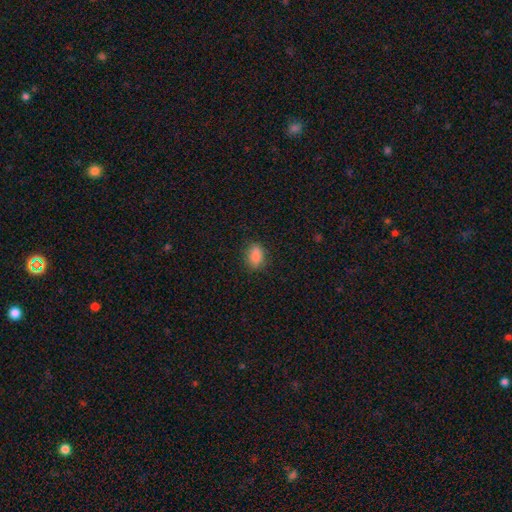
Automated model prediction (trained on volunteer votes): smooth 87%, star or artifact 9%, featured or disk 4%. Down the decision tree: how rounded — in between (82%); merging — none (81%).